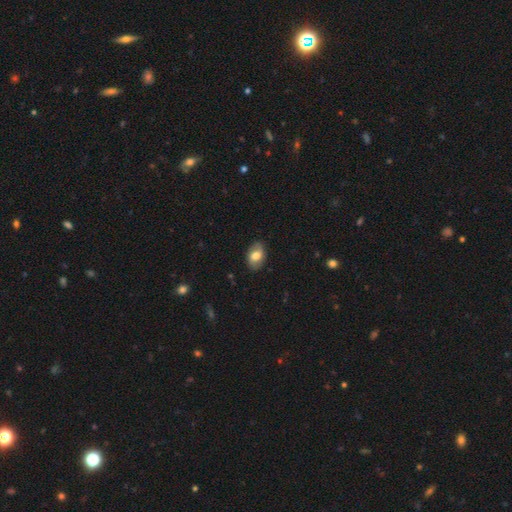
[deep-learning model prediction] A smooth galaxy with no disk features (70%) that is in between round and cigar-shaped (86%).

Vote fractions:
- Smooth or featured? smooth: 70% / featured or disk: 23% / star or artifact: 7%
- How rounded? in between: 86% / round: 12% / cigar-shaped: 1%
- Merging? none: 83% / minor disturbance: 13% / major disturbance: 3% / merger: 1%